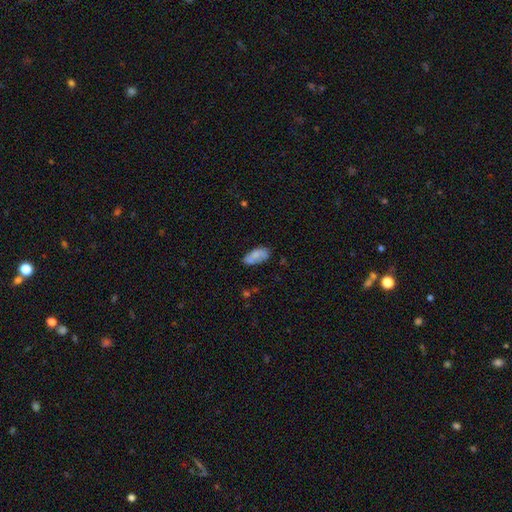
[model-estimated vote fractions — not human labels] Smooth or featured?
  - smooth: 70% *
  - featured or disk: 23%
  - star or artifact: 7%
How rounded?
  - in between: 90% *
  - cigar-shaped: 8%
  - round: 3%
Merging?
  - none: 63% *
  - minor disturbance: 24%
  - major disturbance: 7%
  - merger: 6%